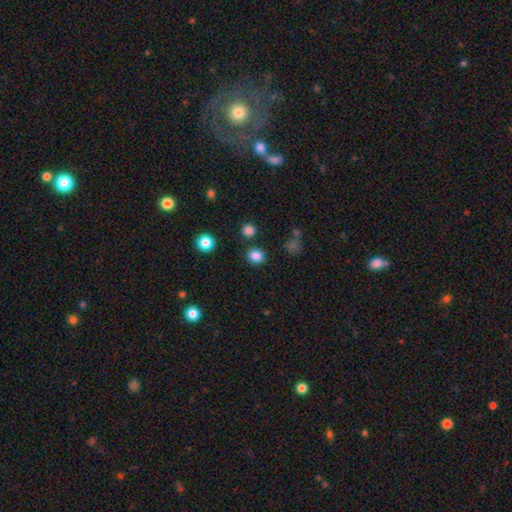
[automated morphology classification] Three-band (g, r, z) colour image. It shows a smooth galaxy with no disk features (83%) that is round (77%). Merging: none (87%).